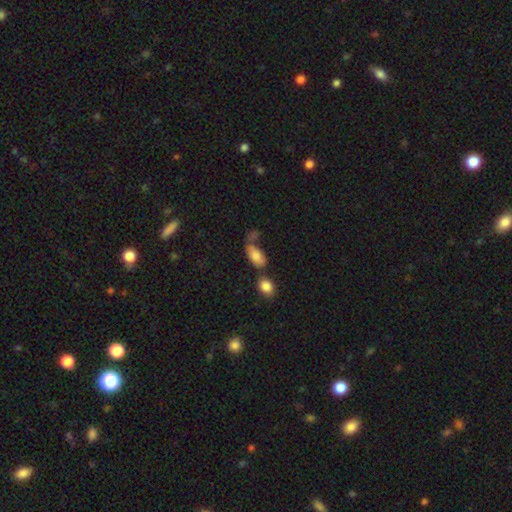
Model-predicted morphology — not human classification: Smooth or featured? smooth (77%)
How rounded? in between (90%)
Merging? none (34%)